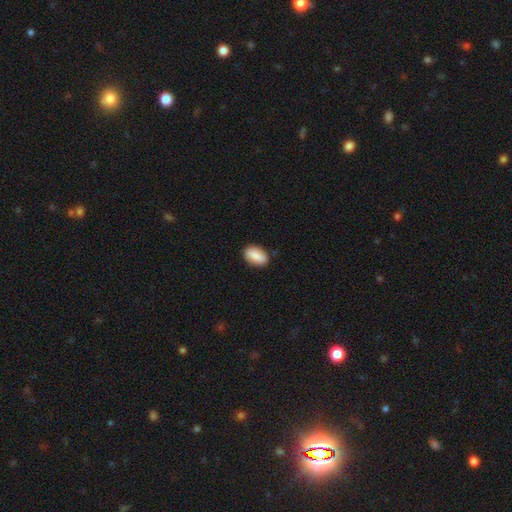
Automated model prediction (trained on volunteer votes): Q: Smooth or featured?
A: smooth (89%); runner-up: star or artifact (7%)
Q: How rounded?
A: in between (92%); runner-up: round (5%)
Q: Merging?
A: none (87%); runner-up: minor disturbance (10%)